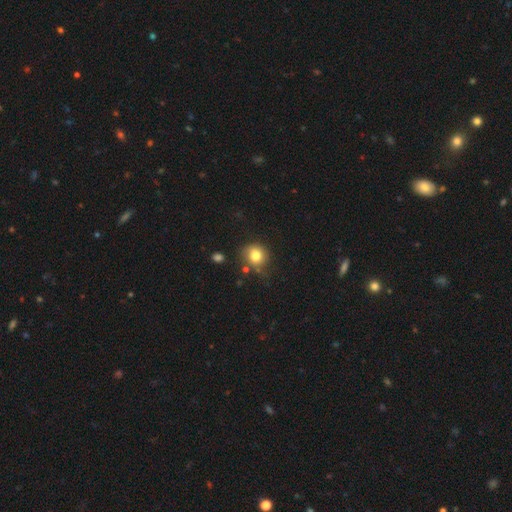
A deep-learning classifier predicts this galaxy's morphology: Smooth or featured: smooth — 79% (star or artifact — 11%)
How rounded: round — 84% (in between — 15%)
Merging: none — 67% (minor disturbance — 21%)